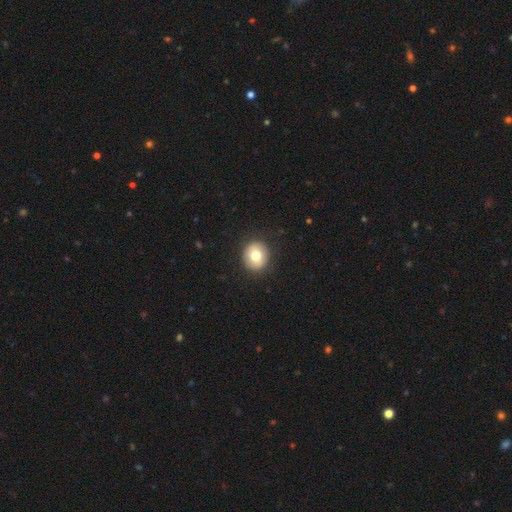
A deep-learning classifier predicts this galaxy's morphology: Smooth or featured? smooth (76%)
How rounded? round (82%)
Merging? none (90%)